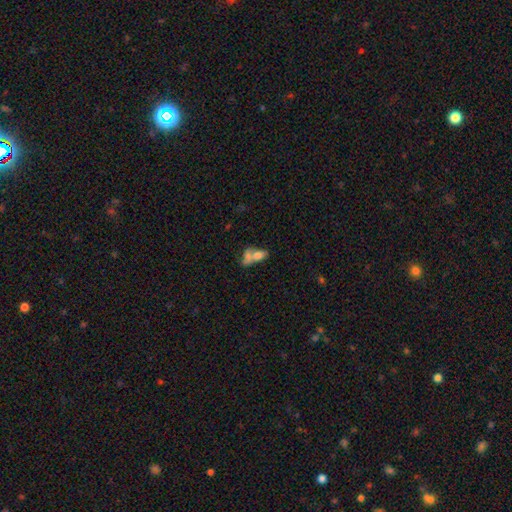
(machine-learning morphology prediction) type=smooth (66%); roundness=in between (76%); merging=merger (62%).